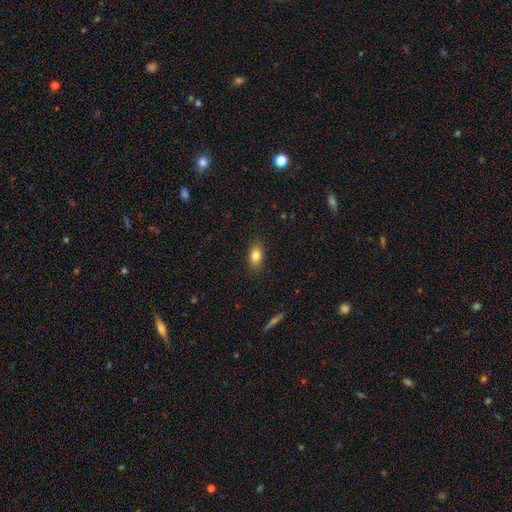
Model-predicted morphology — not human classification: Overall: smooth (82%). How rounded: in between (86%). Merging: none (87%).